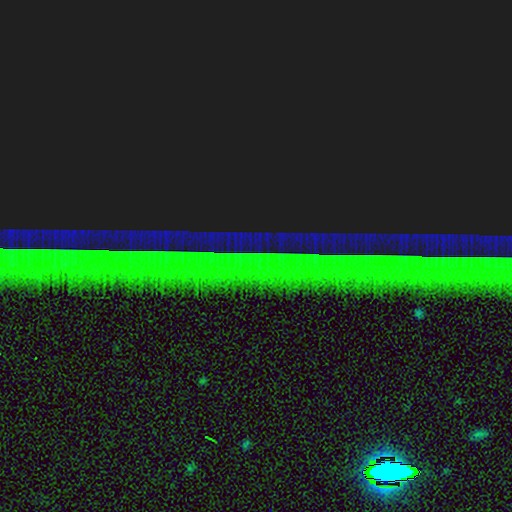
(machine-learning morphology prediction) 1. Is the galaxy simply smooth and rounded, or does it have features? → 84% star or artifact, 9% featured or disk, 8% smooth.